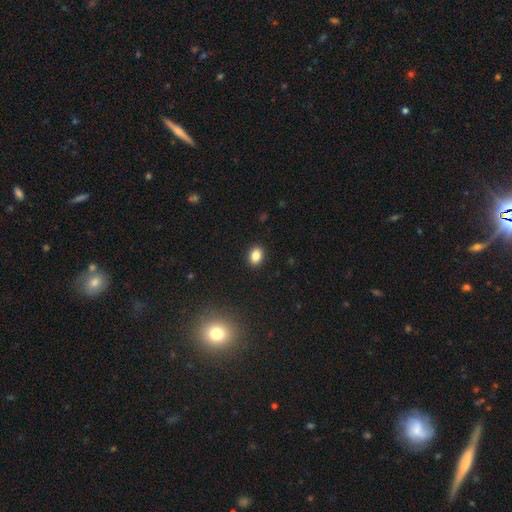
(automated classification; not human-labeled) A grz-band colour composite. It shows a smooth galaxy with no disk features (84%) that is in between round and cigar-shaped (63%). Merging: none (91%).